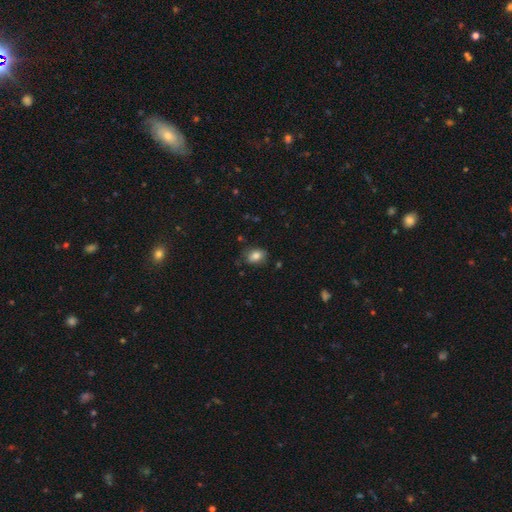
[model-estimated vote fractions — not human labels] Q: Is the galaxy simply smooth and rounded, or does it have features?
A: smooth — 81%.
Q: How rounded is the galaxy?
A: in between — 72%.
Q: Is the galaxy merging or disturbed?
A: none — 71%.